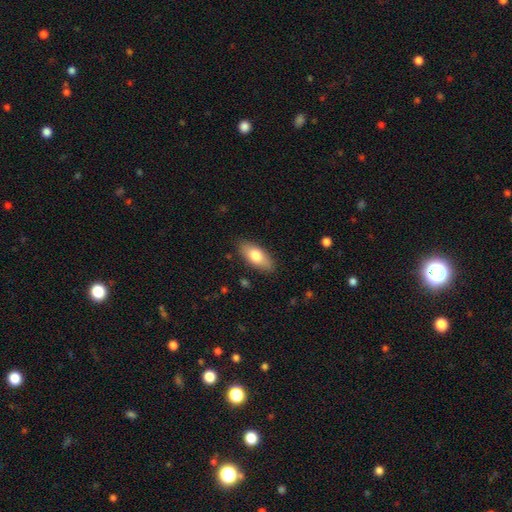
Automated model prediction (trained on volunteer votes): Morphology: type=smooth (75%); roundness=in between (83%); merging=none (86%).